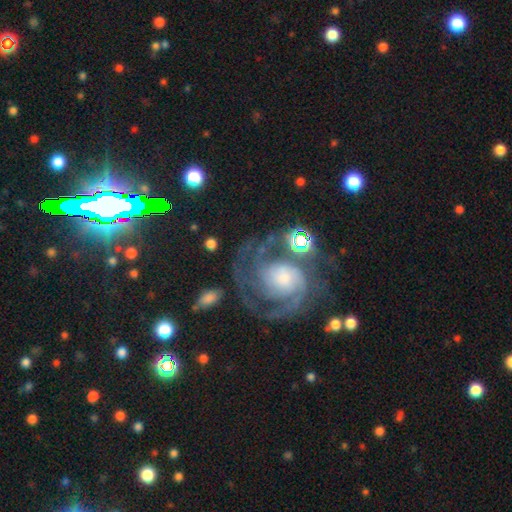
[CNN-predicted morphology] A featured or disk galaxy (78%) with no bar (62%), 2 (49%) tight (58%) spiral arms (95%) and a moderate central bulge (43%). Merging: none (70%).